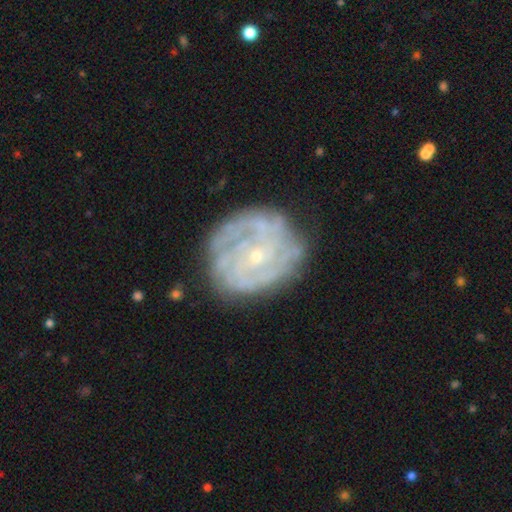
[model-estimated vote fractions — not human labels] Q: Smooth or featured?
A: featured or disk (82%); runner-up: smooth (11%)
Q: Edge-on disk?
A: no (97%); runner-up: yes (3%)
Q: Bar?
A: no (73%); runner-up: weak (22%)
Q: Spiral arms?
A: yes (88%); runner-up: no (12%)
Q: Spiral winding?
A: tight (70%); runner-up: medium (23%)
Q: Spiral arm count?
A: can't tell (42%); runner-up: 4 (15%)
Q: Bulge size?
A: small (81%); runner-up: moderate (15%)
Q: Merging?
A: none (74%); runner-up: minor disturbance (18%)